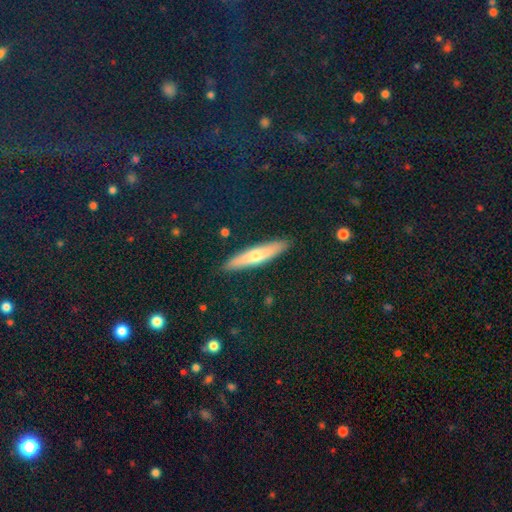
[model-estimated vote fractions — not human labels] Smooth or featured: smooth — 49% (featured or disk — 43%)
Merging: none — 91% (minor disturbance — 7%)